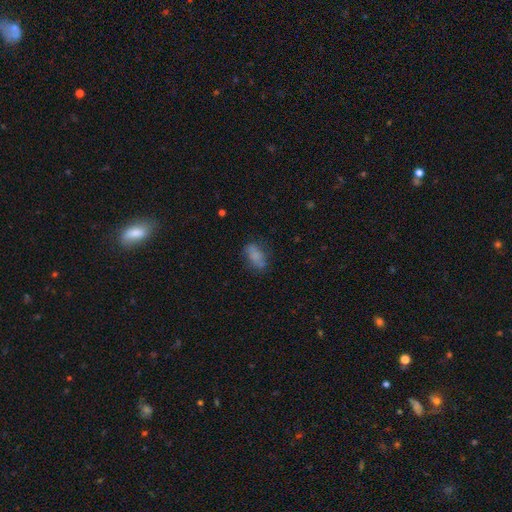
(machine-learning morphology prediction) This appears to be a smooth galaxy with no disk features (75%) that is in between round and cigar-shaped (85%). Merging: none (64%).